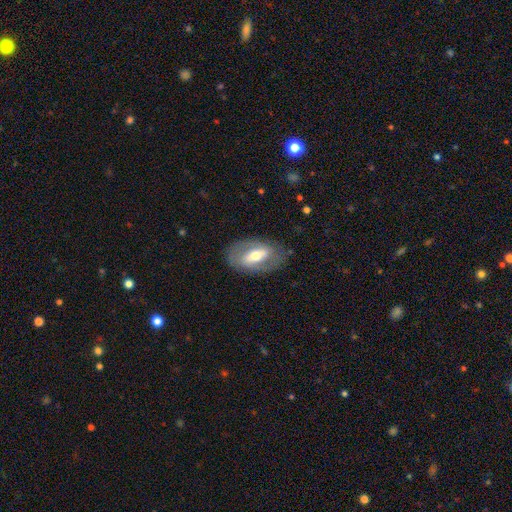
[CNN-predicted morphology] Smooth or featured?
  - featured or disk: 58% *
  - smooth: 35%
  - star or artifact: 6%
Edge-on disk?
  - no: 88% *
  - yes: 12%
Bar?
  - strong: 44% *
  - weak: 33%
  - no: 23%
Spiral arms?
  - no: 56% *
  - yes: 44%
Bulge size?
  - moderate: 65% *
  - small: 23%
  - large: 10%
  - dominant: 1%
  - none: 1%
Merging?
  - none: 77% *
  - minor disturbance: 15%
  - major disturbance: 7%
  - merger: 1%